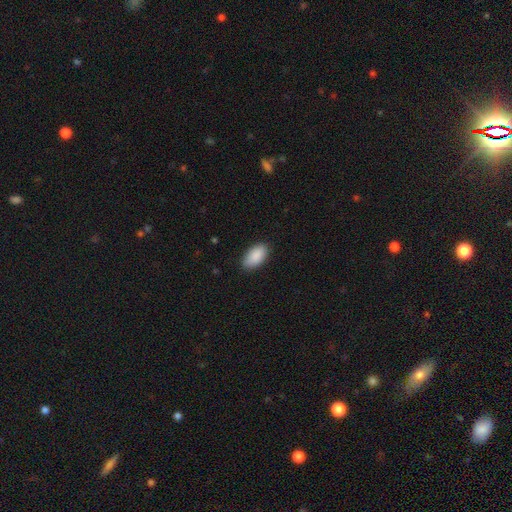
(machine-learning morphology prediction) A smooth galaxy with no disk features (90%) that is in between round and cigar-shaped (95%).

Vote fractions:
- Smooth or featured? smooth: 90% / star or artifact: 6% / featured or disk: 3%
- How rounded? in between: 95% / round: 3% / cigar-shaped: 2%
- Merging? none: 85% / minor disturbance: 12% / major disturbance: 2% / merger: 1%